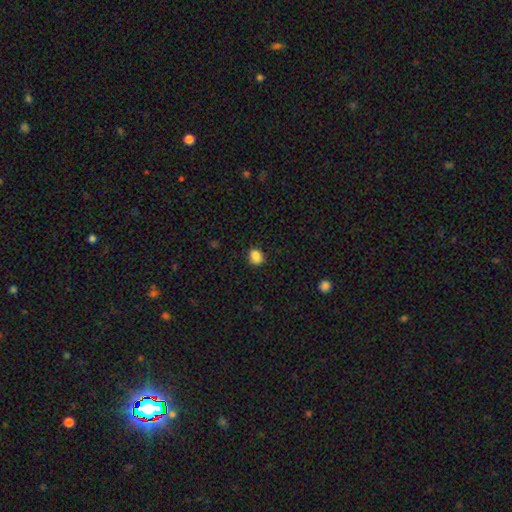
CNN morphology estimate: Smooth or featured? Predicted: smooth (p=0.83). How rounded? Predicted: round (p=0.61). Merging? Predicted: none (p=0.76).